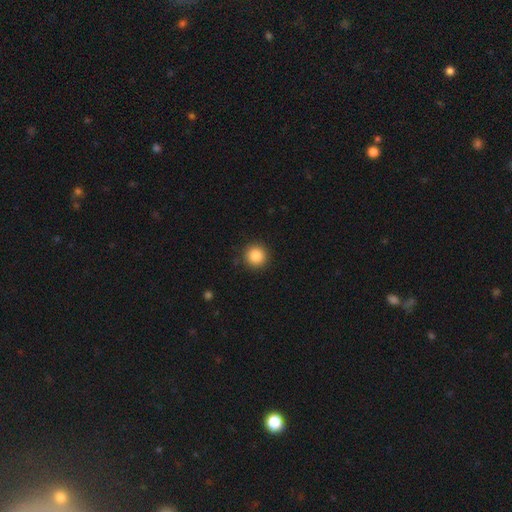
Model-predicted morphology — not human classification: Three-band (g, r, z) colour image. It shows a smooth galaxy with no disk features (86%) that is round (95%). Merging: none (91%).